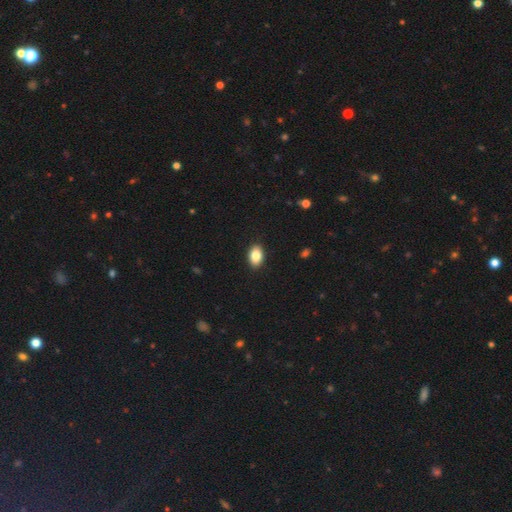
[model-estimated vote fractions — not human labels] smooth_or_featured: smooth (p=0.85) [alt: star or artifact p=0.08]
how_rounded: in between (p=0.87) [alt: round p=0.12]
merging: none (p=0.90) [alt: minor disturbance p=0.07]